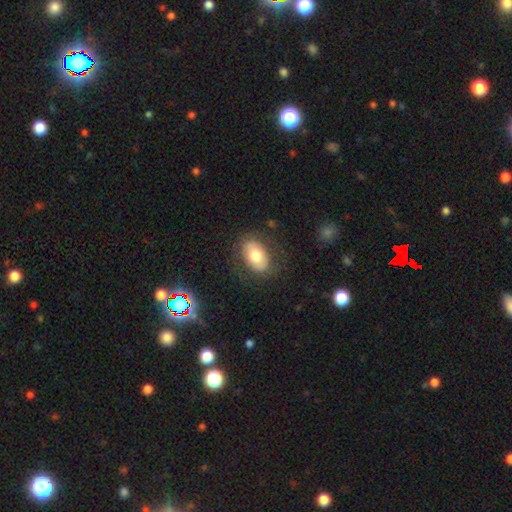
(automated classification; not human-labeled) smooth_or_featured: smooth (p=0.67) [alt: featured or disk p=0.26]
how_rounded: in between (p=0.87) [alt: round p=0.12]
merging: none (p=0.77) [alt: minor disturbance p=0.14]